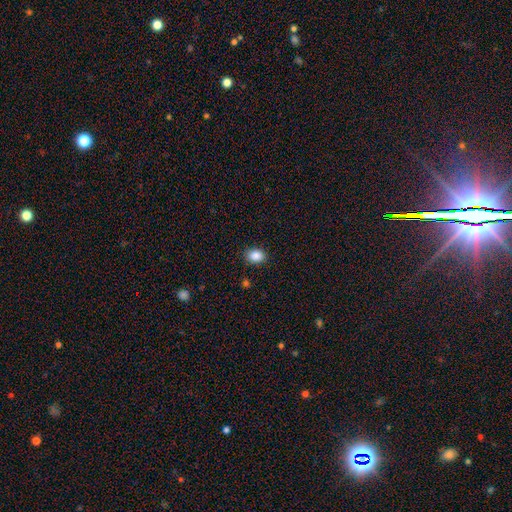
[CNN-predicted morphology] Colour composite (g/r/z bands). It shows a smooth galaxy with no disk features (87%) that is in between round and cigar-shaped (65%). Merging: none (86%).